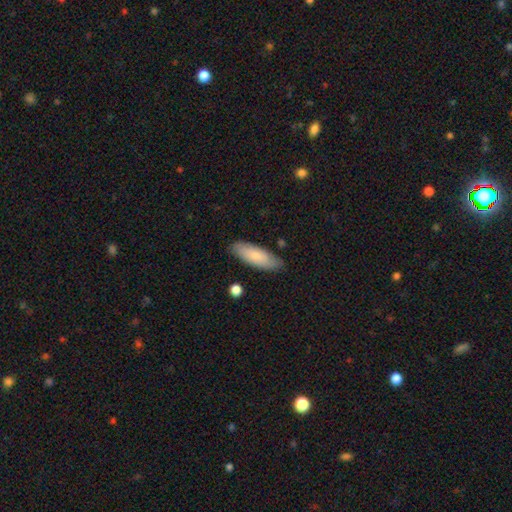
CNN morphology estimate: type=smooth (76%); roundness=in between (68%); merging=none (82%).